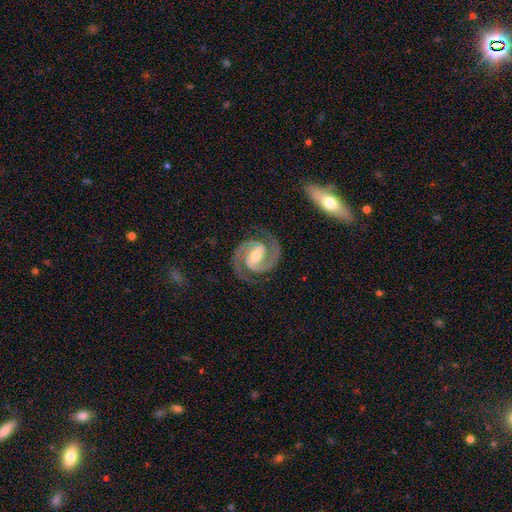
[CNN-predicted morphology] Smooth or featured? featured or disk (94%)
Edge-on disk? no (98%)
Bar? strong (41%)
Spiral arms? yes (99%)
Spiral winding? medium (48%)
Spiral arm count? 2 (95%)
Bulge size? moderate (59%)
Merging? none (86%)